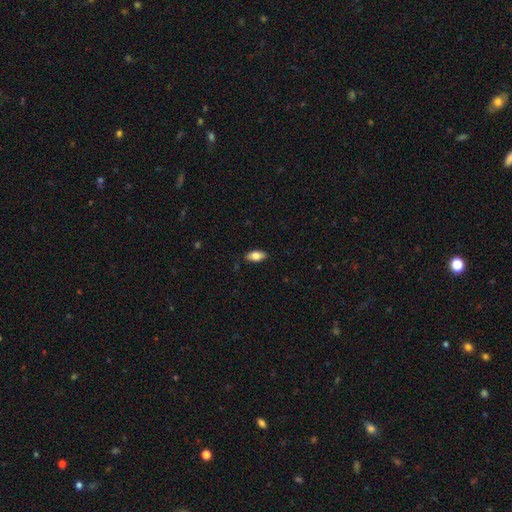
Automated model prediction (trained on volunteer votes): Smooth or featured?
  - smooth: 79% *
  - featured or disk: 15%
  - star or artifact: 7%
How rounded?
  - in between: 89% *
  - cigar-shaped: 8%
  - round: 3%
Merging?
  - none: 87% *
  - minor disturbance: 10%
  - major disturbance: 2%
  - merger: 1%